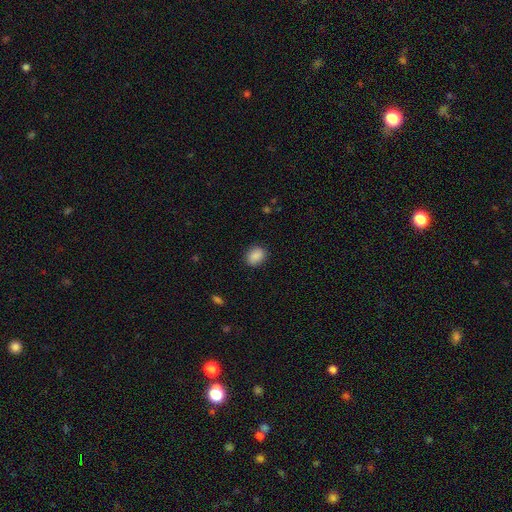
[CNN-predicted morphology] Smooth or featured?
  - smooth: 89% *
  - star or artifact: 8%
  - featured or disk: 3%
How rounded?
  - in between: 57% *
  - round: 42%
  - cigar-shaped: 1%
Merging?
  - none: 87% *
  - minor disturbance: 9%
  - major disturbance: 3%
  - merger: 1%